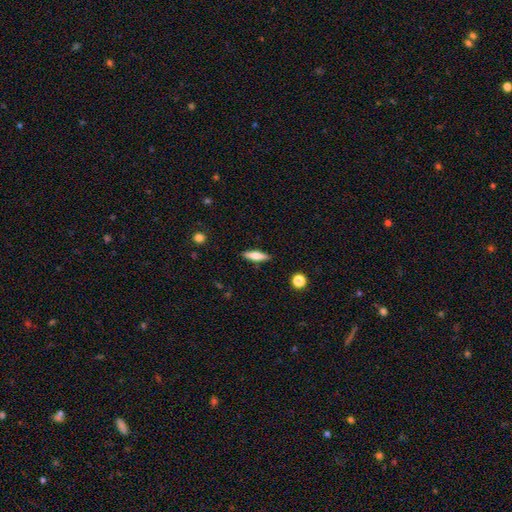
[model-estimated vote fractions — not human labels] Morphology: type=smooth (65%); roundness=cigar-shaped (63%); merging=none (89%).